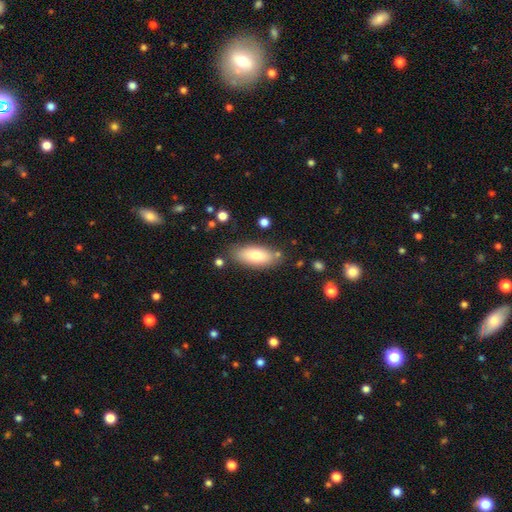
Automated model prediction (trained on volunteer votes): smooth 76%, featured or disk 18%, star or artifact 7%. Down the decision tree: how rounded — in between (82%); merging — none (80%).